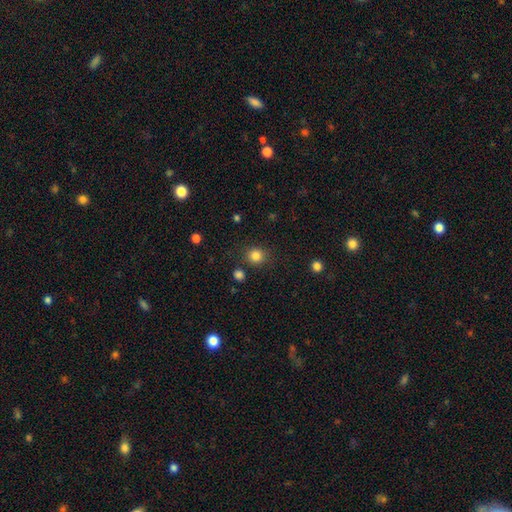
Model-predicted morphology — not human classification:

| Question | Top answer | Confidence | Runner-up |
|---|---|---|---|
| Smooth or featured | smooth | 83% | star or artifact (12%) |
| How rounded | round | 85% | in between (14%) |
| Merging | none | 85% | minor disturbance (9%) |